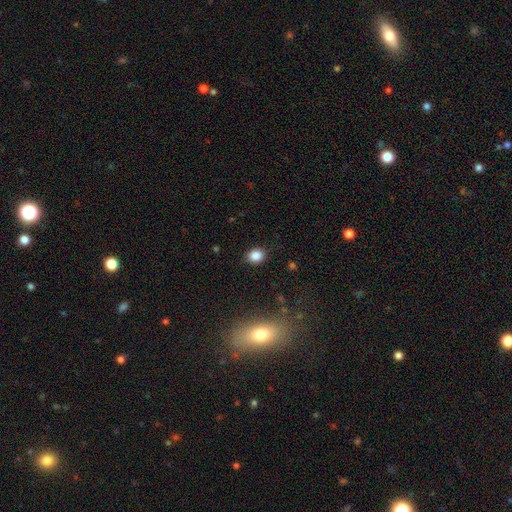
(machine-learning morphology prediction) Smooth or featured?
  - smooth: 85% *
  - star or artifact: 11%
  - featured or disk: 4%
How rounded?
  - round: 56% *
  - in between: 43%
  - cigar-shaped: 1%
Merging?
  - none: 86% *
  - minor disturbance: 10%
  - major disturbance: 3%
  - merger: 1%